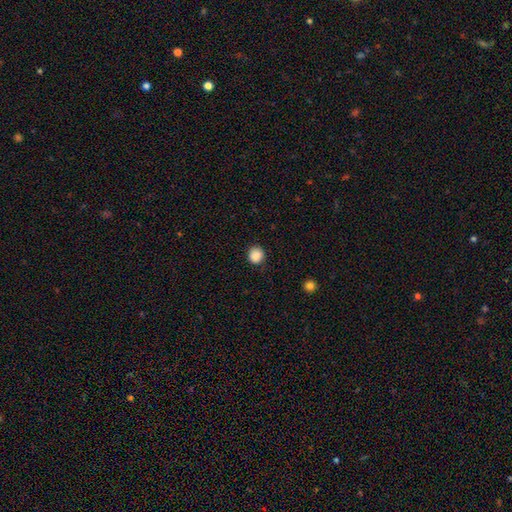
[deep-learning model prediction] The model was most divided on "smooth or featured": smooth: 88%, star or artifact: 9%, featured or disk: 2%. More confident: how rounded — round (89%); merging — none (88%).